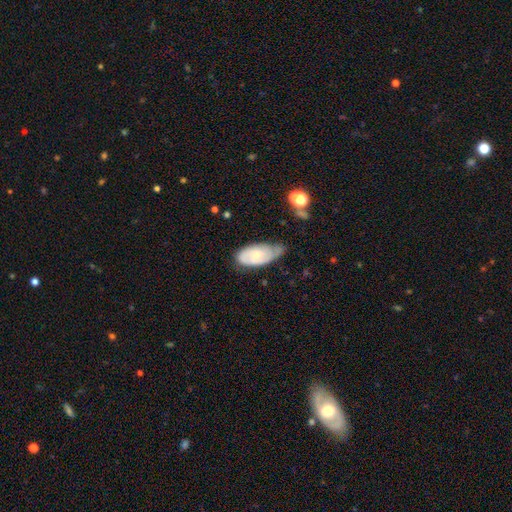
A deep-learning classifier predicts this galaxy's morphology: This is possibly a smooth galaxy (48%). Merging: marginally minor disturbance (45%).